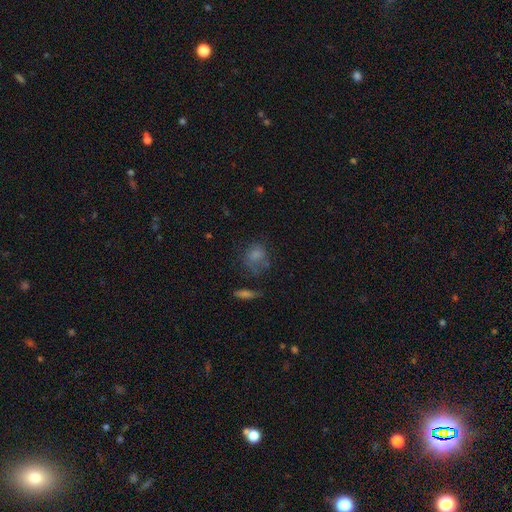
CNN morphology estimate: The model was most divided on "merging": none: 51%, minor disturbance: 25%, major disturbance: 17%, merger: 7%. More confident: smooth or featured — smooth (73%); how rounded — round (62%).